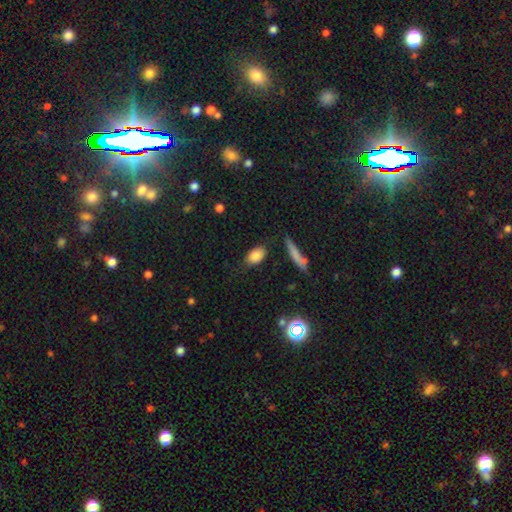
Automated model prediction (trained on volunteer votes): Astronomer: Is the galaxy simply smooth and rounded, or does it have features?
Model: smooth — 83%.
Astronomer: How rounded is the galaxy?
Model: in between — 84%.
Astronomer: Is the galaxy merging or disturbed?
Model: none — 75%.